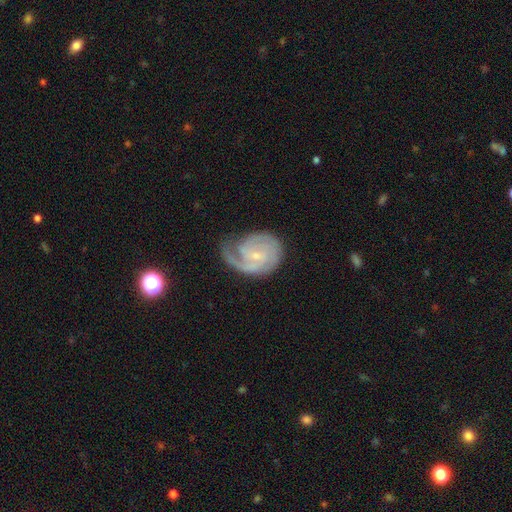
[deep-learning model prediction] A featured or disk galaxy (84%) with no bar (46%), 2 (38%) tight (48%) spiral arms (96%) and a small central bulge (76%). Merging: none (52%).